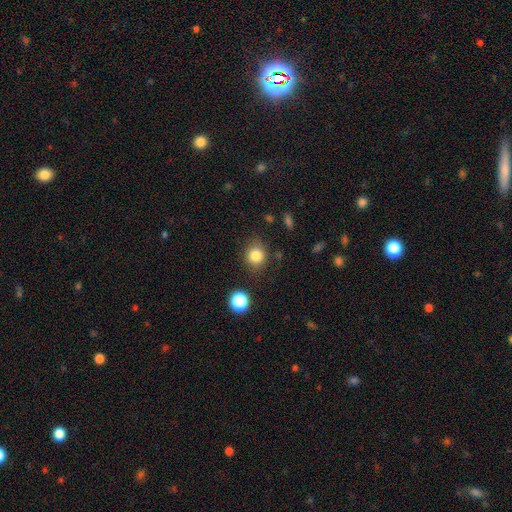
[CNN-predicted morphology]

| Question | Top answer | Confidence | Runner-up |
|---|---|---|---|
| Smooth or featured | smooth | 82% | star or artifact (12%) |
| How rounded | round | 76% | in between (23%) |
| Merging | none | 79% | minor disturbance (14%) |